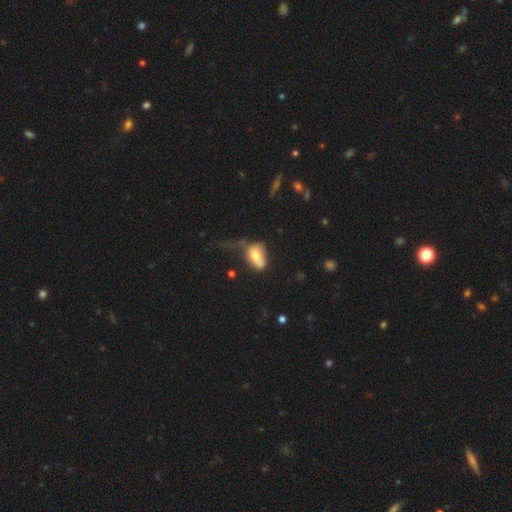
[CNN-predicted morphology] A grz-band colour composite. It shows a smooth galaxy with no disk features (70%) that is in between round and cigar-shaped (84%). Merging: major disturbance (33%).